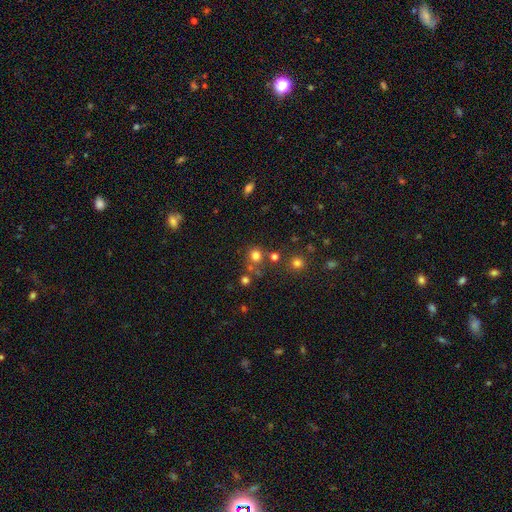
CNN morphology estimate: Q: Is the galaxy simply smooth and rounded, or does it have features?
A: smooth — 75%.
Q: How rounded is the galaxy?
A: round — 87%.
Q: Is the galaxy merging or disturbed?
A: none — 70%.